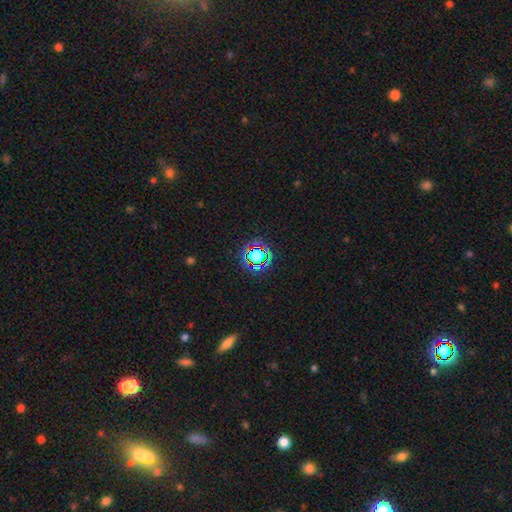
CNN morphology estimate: This appears to be a star or artifact, not a galaxy (63%).